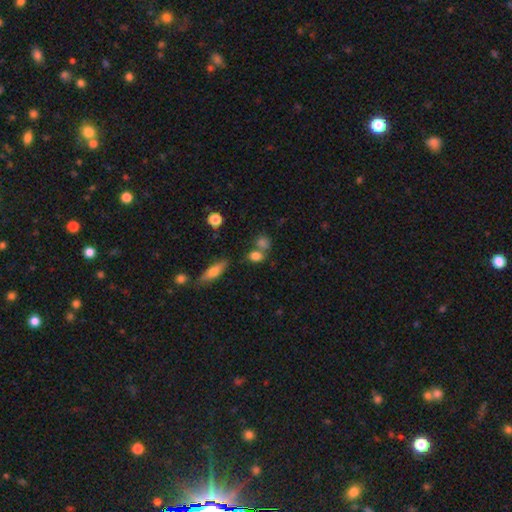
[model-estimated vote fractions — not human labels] Q: Smooth or featured?
A: smooth (77%); runner-up: star or artifact (12%)
Q: How rounded?
A: in between (60%); runner-up: round (35%)
Q: Merging?
A: none (50%); runner-up: merger (33%)